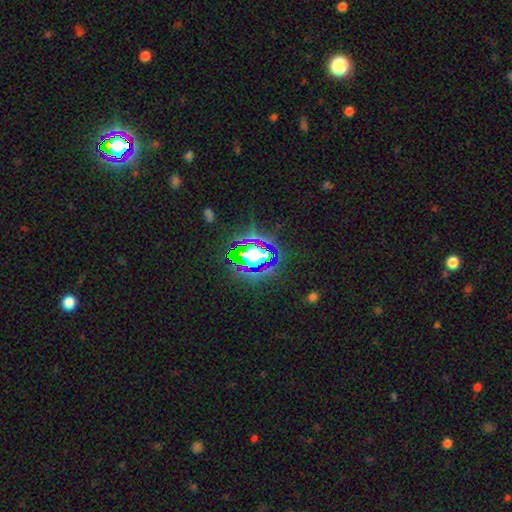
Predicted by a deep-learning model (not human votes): Q: Smooth or featured?
A: star or artifact (66%); runner-up: smooth (20%)